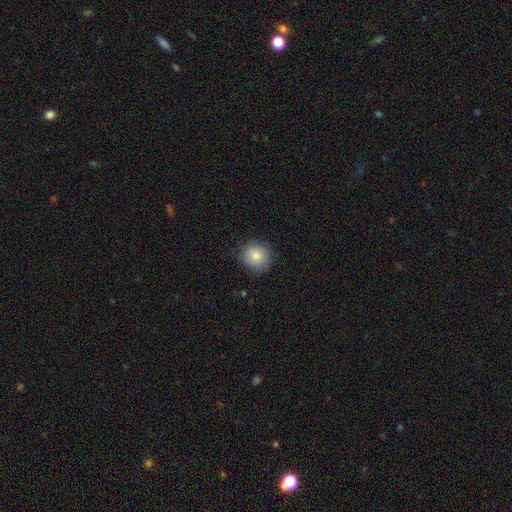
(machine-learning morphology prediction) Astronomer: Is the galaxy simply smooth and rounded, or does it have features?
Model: smooth — 83%.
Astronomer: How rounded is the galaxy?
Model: round — 88%.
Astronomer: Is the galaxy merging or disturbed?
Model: none — 86%.